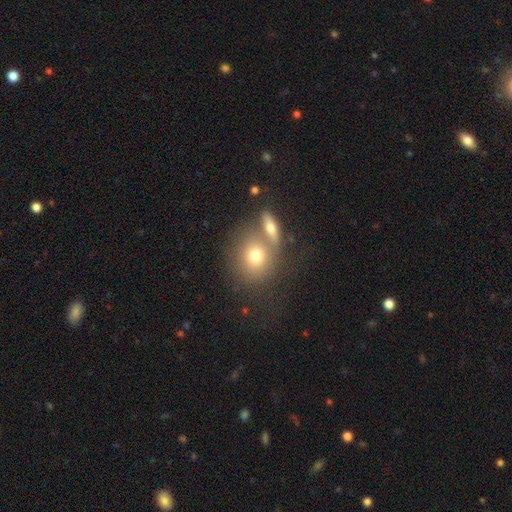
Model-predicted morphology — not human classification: Smooth or featured?
  - smooth: 68% *
  - featured or disk: 22%
  - star or artifact: 10%
How rounded?
  - round: 71% *
  - in between: 26%
  - cigar-shaped: 2%
Merging?
  - none: 45% *
  - merger: 41%
  - minor disturbance: 10%
  - major disturbance: 5%